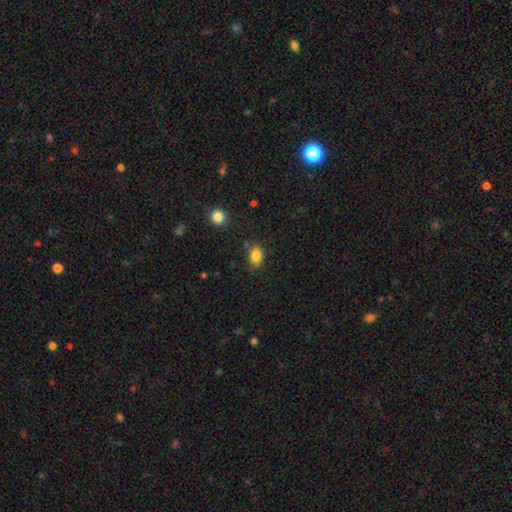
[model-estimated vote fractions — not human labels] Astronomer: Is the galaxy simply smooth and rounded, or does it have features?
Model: smooth — 84%.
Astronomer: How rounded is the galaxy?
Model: in between — 76%.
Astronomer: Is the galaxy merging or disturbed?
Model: none — 71%.